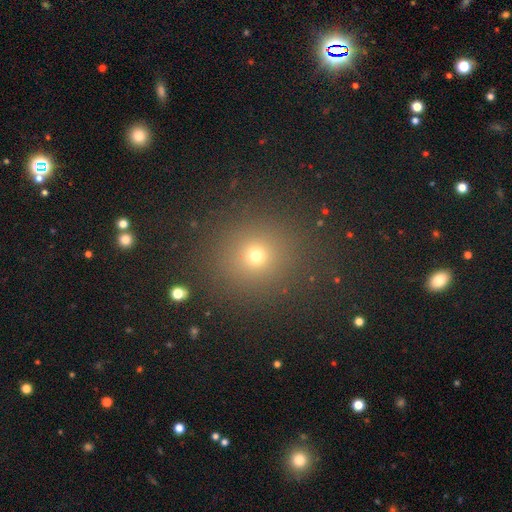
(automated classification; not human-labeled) smooth 68%, star or artifact 24%, featured or disk 9%. Down the decision tree: how rounded — round (88%); merging — none (87%).